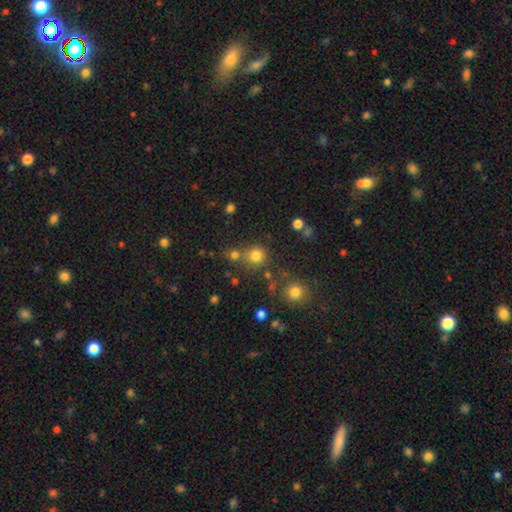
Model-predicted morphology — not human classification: smooth-or-featured: smooth: 76% | star or artifact: 17% | featured or disk: 7%
  how-rounded: round: 90% | in between: 9% | cigar-shaped: 1%
  merging: none: 68% | merger: 19% | minor disturbance: 9% | major disturbance: 4%